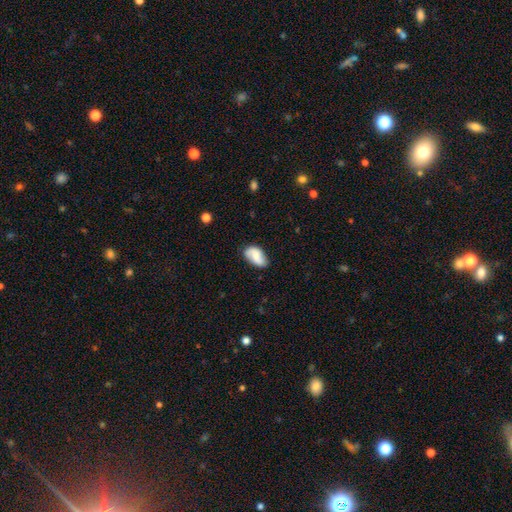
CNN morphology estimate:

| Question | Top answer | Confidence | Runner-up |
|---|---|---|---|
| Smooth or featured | smooth | 55% | featured or disk (38%) |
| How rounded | in between | 92% | round (6%) |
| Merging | none | 69% | minor disturbance (24%) |